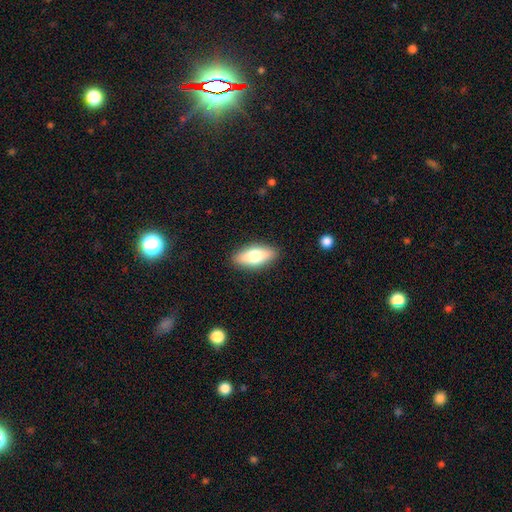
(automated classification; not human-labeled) A smooth galaxy with no disk features (68%) that is in between round and cigar-shaped (75%). Merging: none (89%).